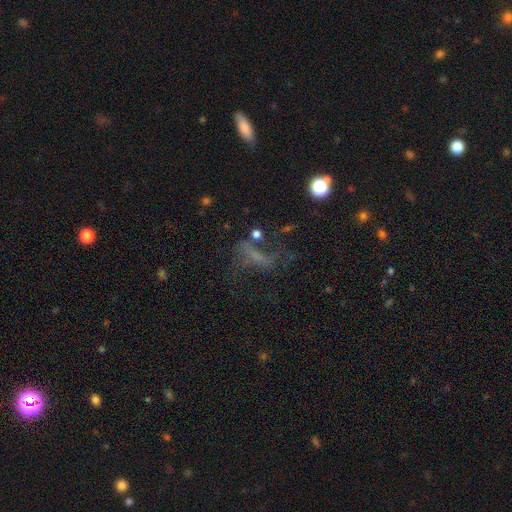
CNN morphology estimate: The model was most divided on "merging": none: 38%, major disturbance: 37%, minor disturbance: 17%, merger: 8%. Remaining: smooth or featured — featured or disk (40%).